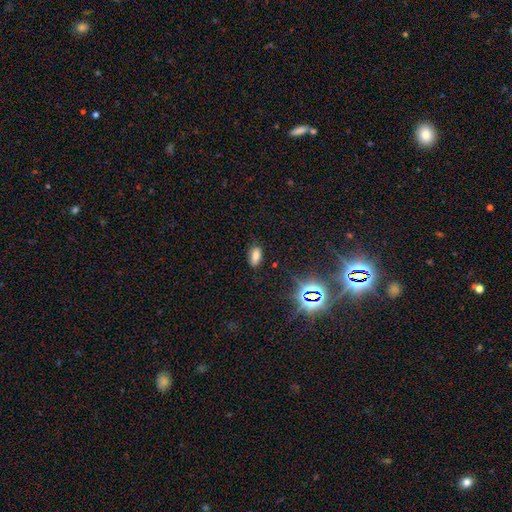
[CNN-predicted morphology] This is likely a smooth galaxy (72%). How rounded: clearly in between (89%). Merging: clearly none (81%).